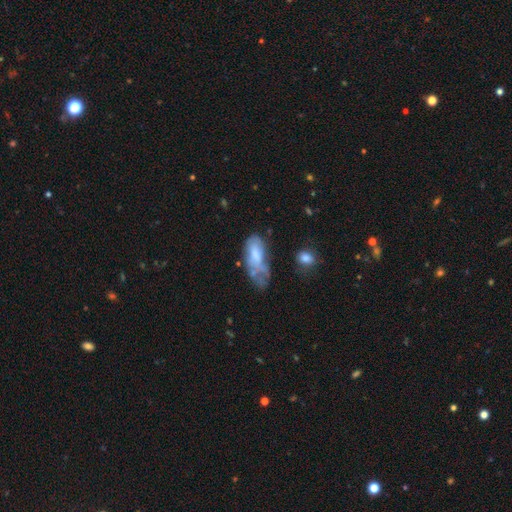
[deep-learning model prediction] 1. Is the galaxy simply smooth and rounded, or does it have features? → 59% smooth, 32% featured or disk, 9% star or artifact.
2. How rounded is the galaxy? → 82% in between, 16% cigar-shaped, 2% round.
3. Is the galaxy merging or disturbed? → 34% major disturbance, 31% minor disturbance, 25% none, 10% merger.